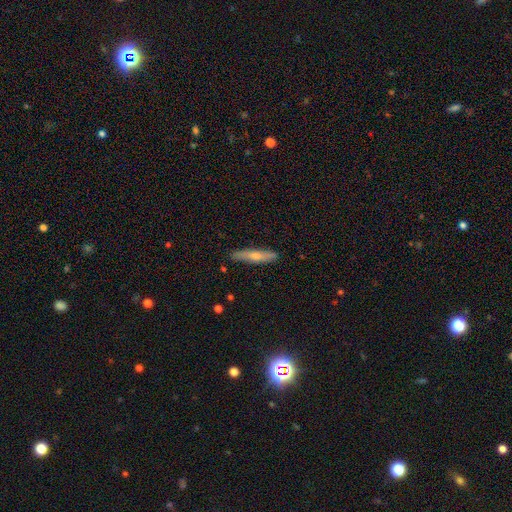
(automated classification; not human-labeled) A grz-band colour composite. It shows a featured or disk galaxy (47%). Merging: none (88%).